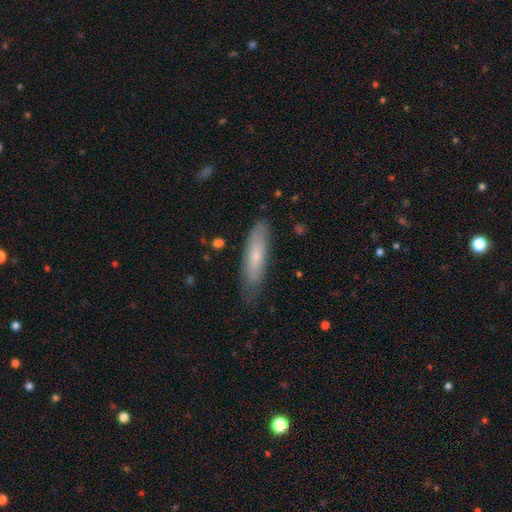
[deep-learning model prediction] smooth 64%, featured or disk 30%, star or artifact 6%. Down the decision tree: how rounded — cigar-shaped (67%); merging — none (74%).